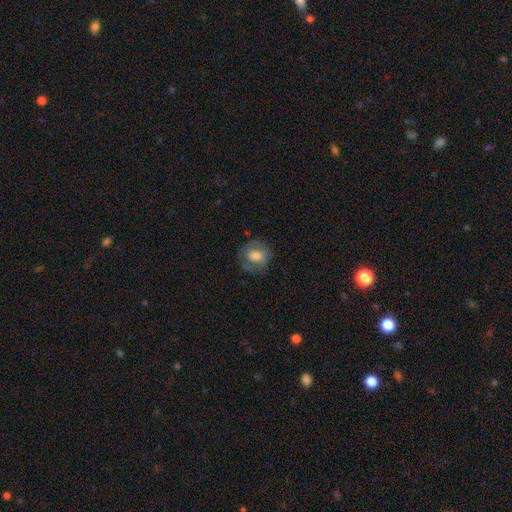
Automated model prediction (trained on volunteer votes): The model was most divided on "smooth or featured": smooth: 64%, featured or disk: 28%, star or artifact: 8%. More confident: how rounded — round (73%); merging — none (67%).